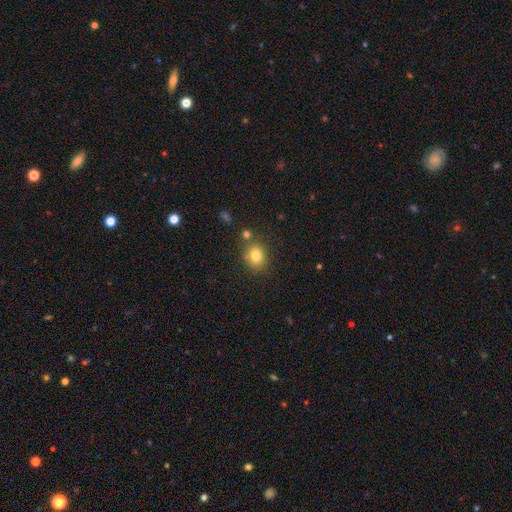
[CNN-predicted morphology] Smooth or featured? smooth (80%)
How rounded? round (68%)
Merging? none (75%)